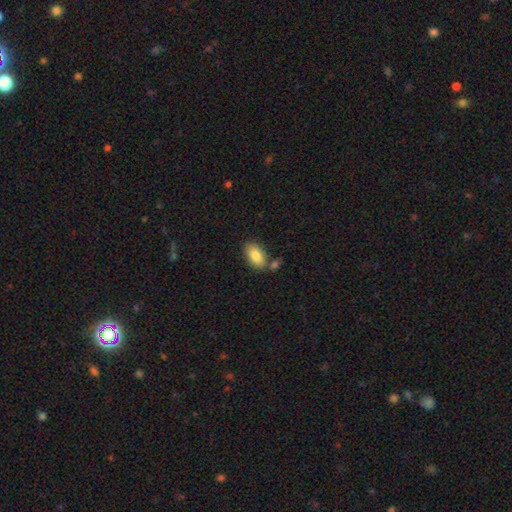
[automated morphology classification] This appears to be a smooth galaxy with no disk features (84%) that is in between round and cigar-shaped (93%). Merging: none (69%).